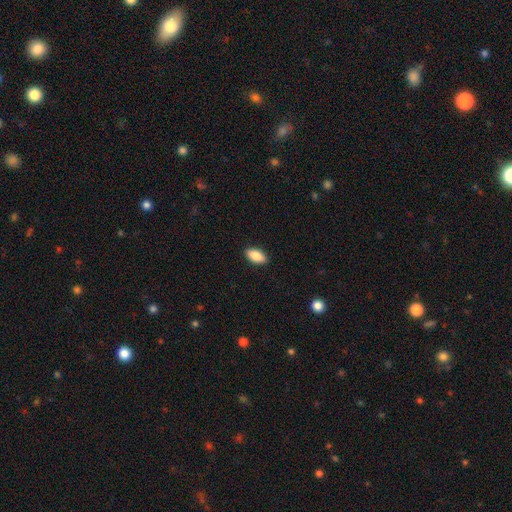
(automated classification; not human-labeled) Overall: smooth (85%). How rounded: in between (89%). Merging: none (90%).